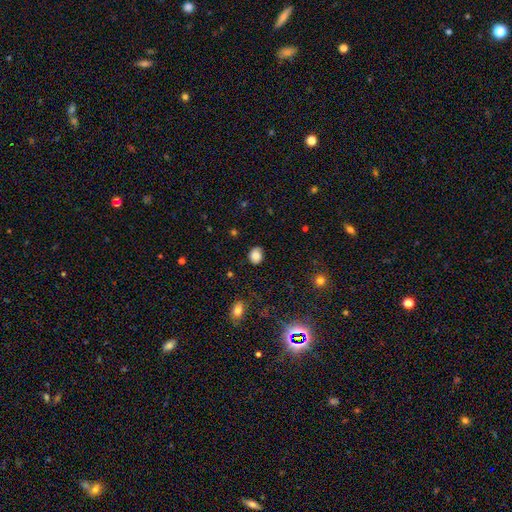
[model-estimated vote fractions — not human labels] smooth_or_featured: smooth (p=0.86) [alt: star or artifact p=0.10]
how_rounded: round (p=0.53) [alt: in between p=0.46]
merging: none (p=0.83) [alt: minor disturbance p=0.13]